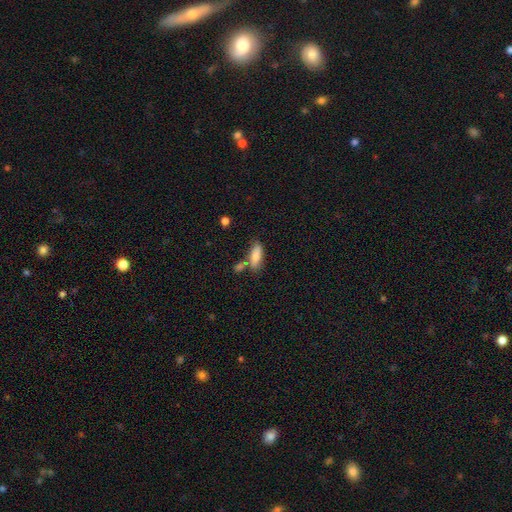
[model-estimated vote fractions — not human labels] Smooth or featured?
  - smooth: 81% *
  - featured or disk: 12%
  - star or artifact: 7%
How rounded?
  - in between: 69% *
  - cigar-shaped: 28%
  - round: 2%
Merging?
  - none: 58% *
  - merger: 20%
  - minor disturbance: 17%
  - major disturbance: 5%